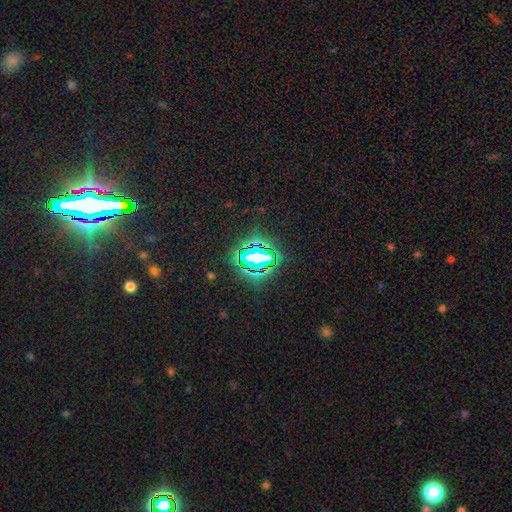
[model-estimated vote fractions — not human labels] Morphology: type=star or artifact (72%).